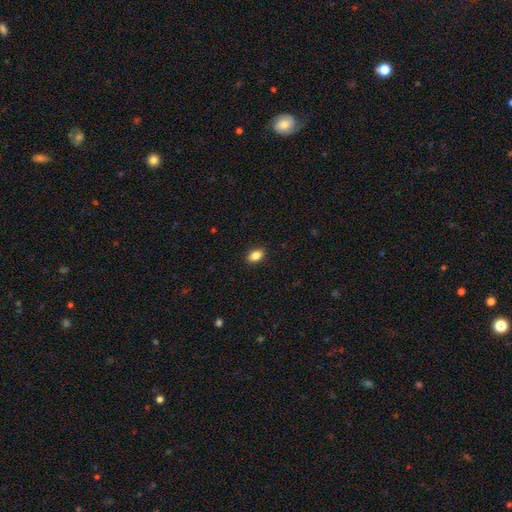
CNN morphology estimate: smooth_or_featured: smooth (p=0.87) [alt: star or artifact p=0.09]
how_rounded: in between (p=0.85) [alt: round p=0.13]
merging: none (p=0.90) [alt: minor disturbance p=0.08]